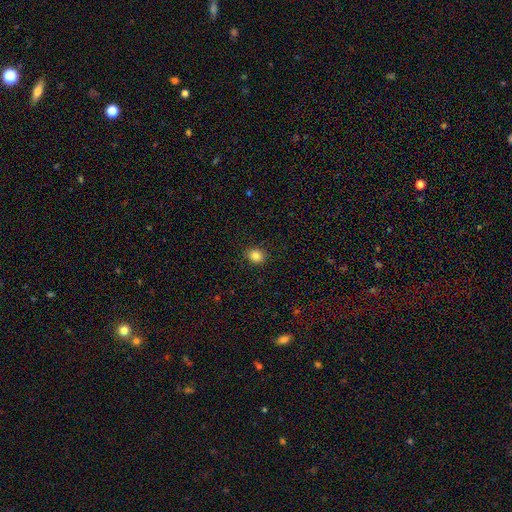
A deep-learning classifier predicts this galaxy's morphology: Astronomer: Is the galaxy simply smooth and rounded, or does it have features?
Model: smooth — 84%.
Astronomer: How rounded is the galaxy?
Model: round — 66%.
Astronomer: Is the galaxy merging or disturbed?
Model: none — 89%.